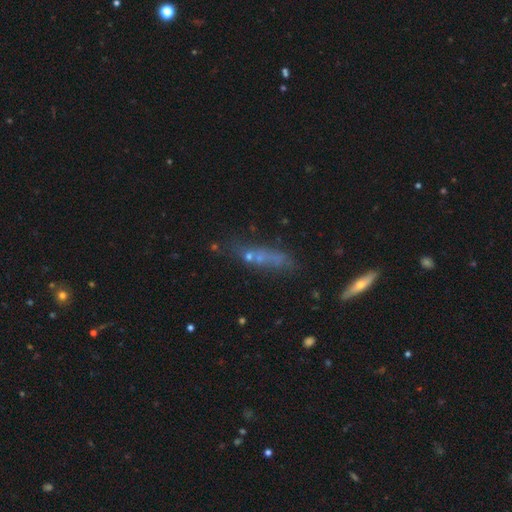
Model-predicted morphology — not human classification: smooth 45%, featured or disk 32%, star or artifact 23%. Down the decision tree: merging — none (53%).